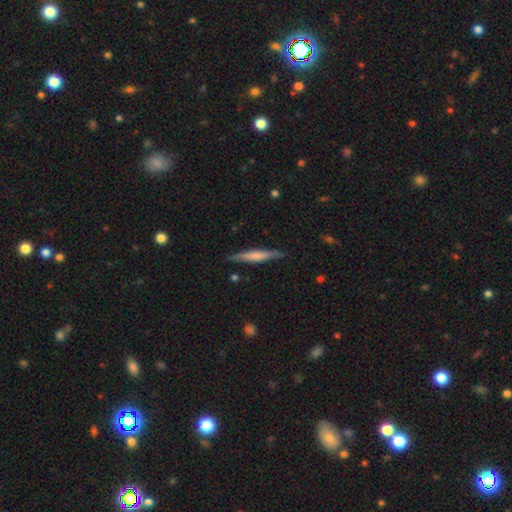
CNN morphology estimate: Overall: smooth (51%; featured or disk 44%). How rounded: cigar-shaped (94%). Merging: none (86%).